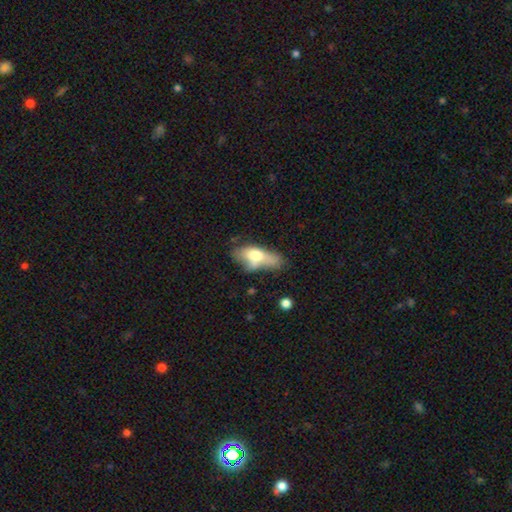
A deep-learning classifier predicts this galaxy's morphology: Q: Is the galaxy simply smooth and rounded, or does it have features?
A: smooth — 65%.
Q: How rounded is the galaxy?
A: in between — 77%.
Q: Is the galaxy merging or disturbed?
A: none — 28%.